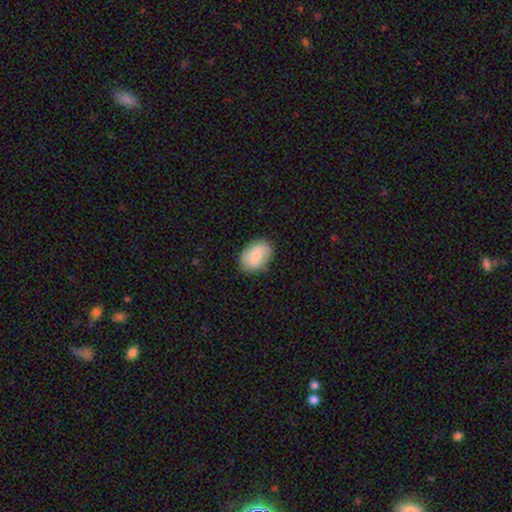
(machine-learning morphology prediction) Smooth or featured: smooth — 77% (featured or disk — 17%)
How rounded: in between — 86% (round — 13%)
Merging: none — 82% (minor disturbance — 14%)